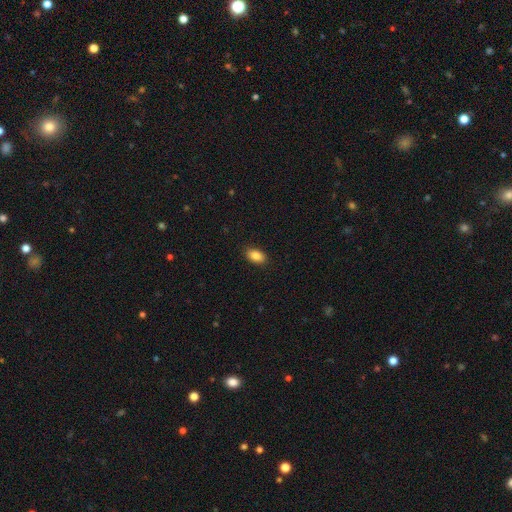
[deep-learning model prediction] Morphology: type=smooth (87%); roundness=in between (91%); merging=none (89%).